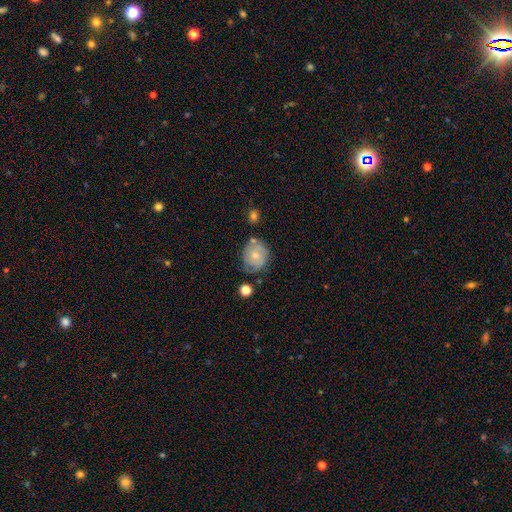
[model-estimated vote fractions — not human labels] Smooth or featured? smooth (54%)
How rounded? round (76%)
Merging? none (60%)